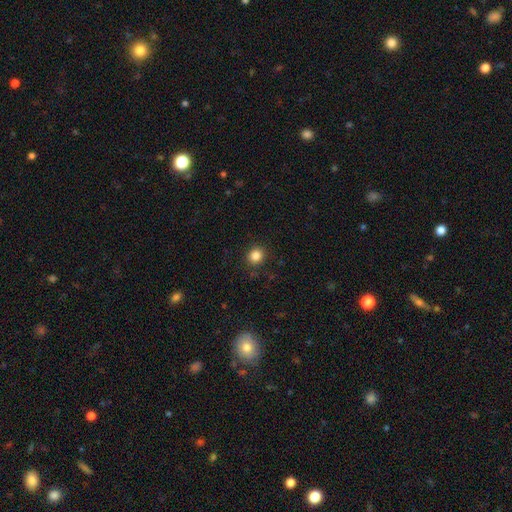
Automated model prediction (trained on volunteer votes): Overall: smooth (84%). How rounded: round (83%). Merging: none (89%).